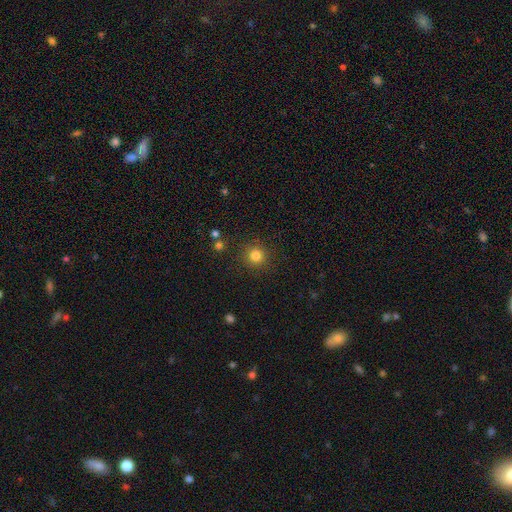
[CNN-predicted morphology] The model was most divided on "smooth or featured": smooth: 82%, star or artifact: 13%, featured or disk: 5%. More confident: how rounded — round (94%); merging — none (89%).